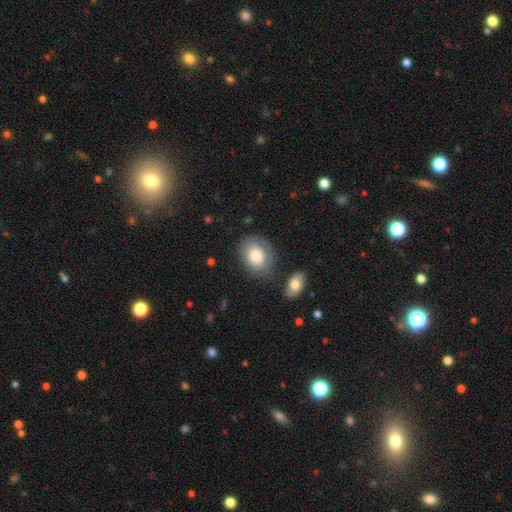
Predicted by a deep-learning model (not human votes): Q: Smooth or featured?
A: smooth (75%); runner-up: featured or disk (18%)
Q: How rounded?
A: in between (53%); runner-up: round (46%)
Q: Merging?
A: none (63%); runner-up: minor disturbance (22%)